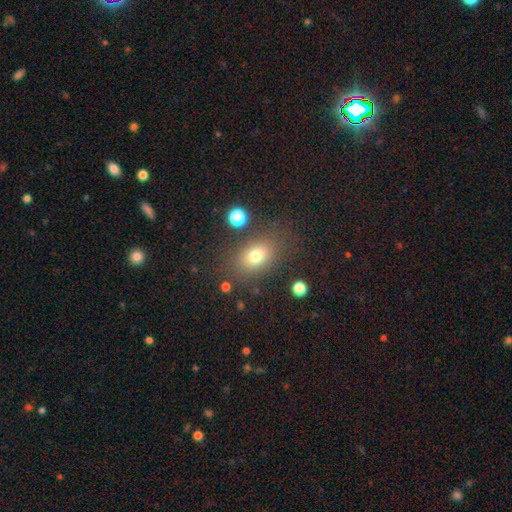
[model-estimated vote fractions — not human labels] smooth 75%, star or artifact 13%, featured or disk 12%. Down the decision tree: how rounded — in between (73%); merging — none (78%).